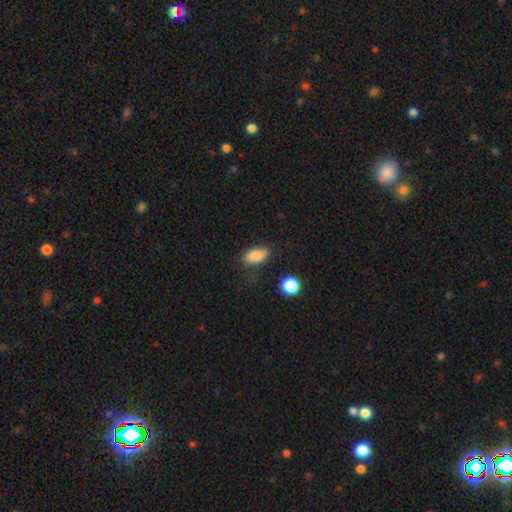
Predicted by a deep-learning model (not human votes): Morphology: type=smooth (85%); roundness=in between (88%); merging=none (78%).